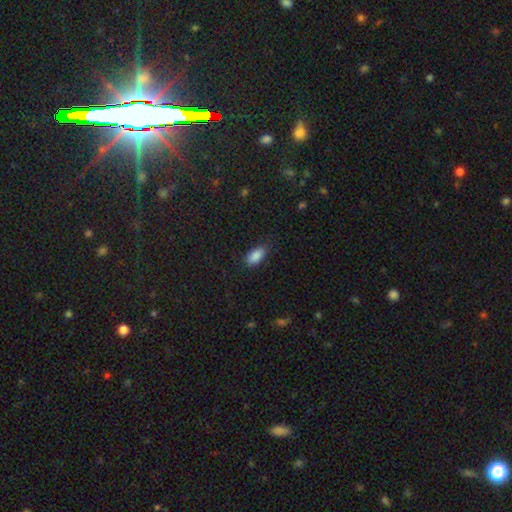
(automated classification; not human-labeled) Q: Smooth or featured?
A: smooth (87%); runner-up: star or artifact (8%)
Q: How rounded?
A: in between (91%); runner-up: cigar-shaped (6%)
Q: Merging?
A: none (79%); runner-up: minor disturbance (16%)